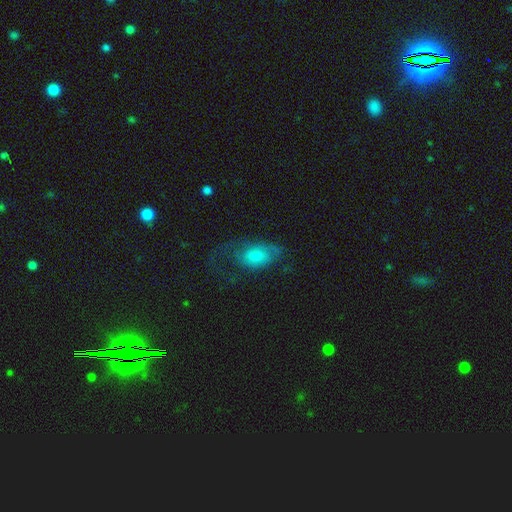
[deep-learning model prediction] smooth 50%, featured or disk 41%, star or artifact 9%. Down the decision tree: merging — none (38%, tied with major disturbance).